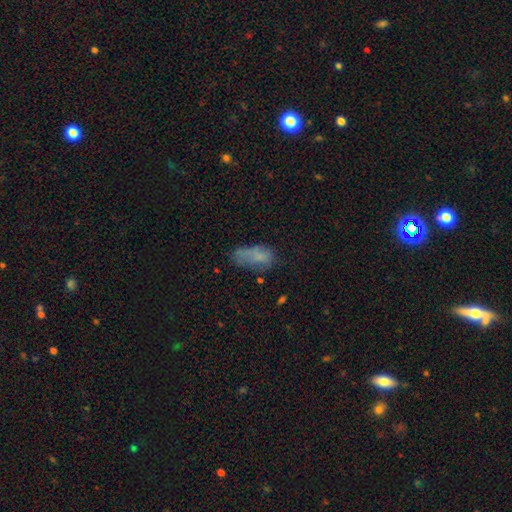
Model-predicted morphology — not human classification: This is likely a smooth galaxy (68%). How rounded: clearly in between (88%). Merging: marginally none (41%).